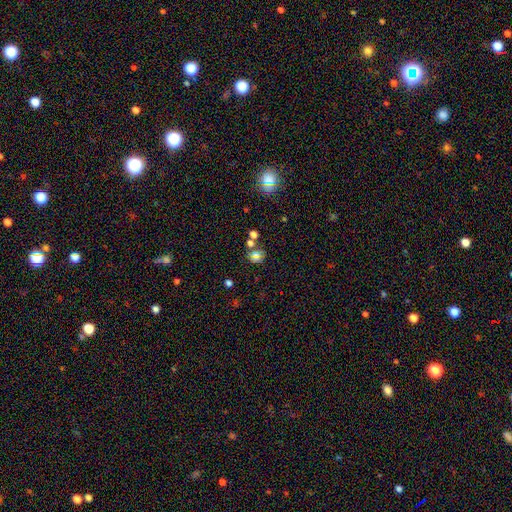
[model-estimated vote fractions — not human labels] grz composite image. It shows a smooth galaxy with no disk features (70%) that is round (78%). Merging: none (59%).